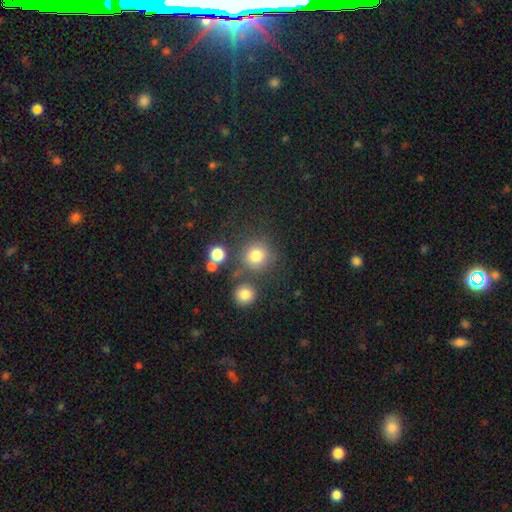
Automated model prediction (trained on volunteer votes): A smooth galaxy with no disk features (79%) that is round (90%). Merging: none (73%).